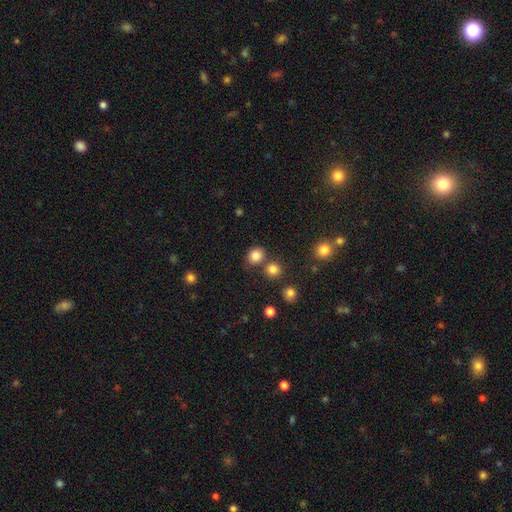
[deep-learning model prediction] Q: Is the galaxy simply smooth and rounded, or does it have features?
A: smooth — 83%.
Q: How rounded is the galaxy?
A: round — 73%.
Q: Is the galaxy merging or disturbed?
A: none — 73%.